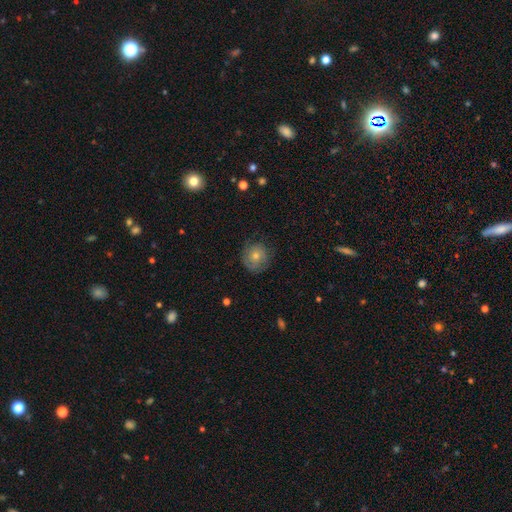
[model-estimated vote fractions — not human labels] smooth-or-featured: smooth: 45% | featured or disk: 42% | star or artifact: 13%
  merging: none: 80% | minor disturbance: 14% | major disturbance: 5% | merger: 1%